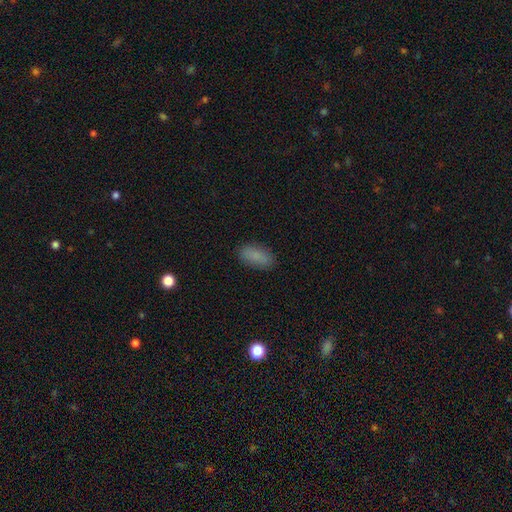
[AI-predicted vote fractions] Smooth or featured?
  - smooth: 85% *
  - star or artifact: 9%
  - featured or disk: 6%
How rounded?
  - in between: 90% *
  - cigar-shaped: 6%
  - round: 4%
Merging?
  - none: 85% *
  - minor disturbance: 11%
  - major disturbance: 3%
  - merger: 1%